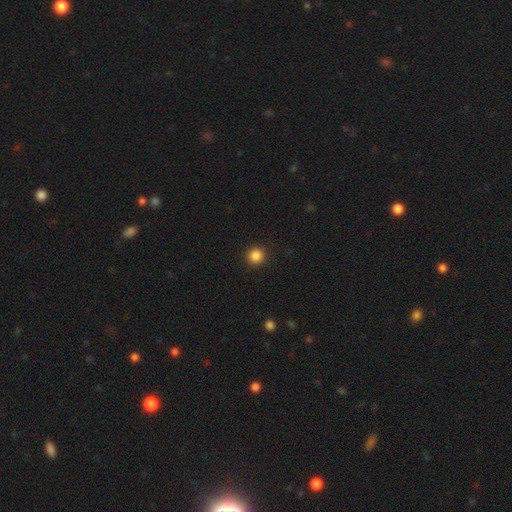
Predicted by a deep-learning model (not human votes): Q: Smooth or featured?
A: smooth (86%); runner-up: star or artifact (11%)
Q: How rounded?
A: round (95%); runner-up: in between (4%)
Q: Merging?
A: none (92%); runner-up: minor disturbance (5%)